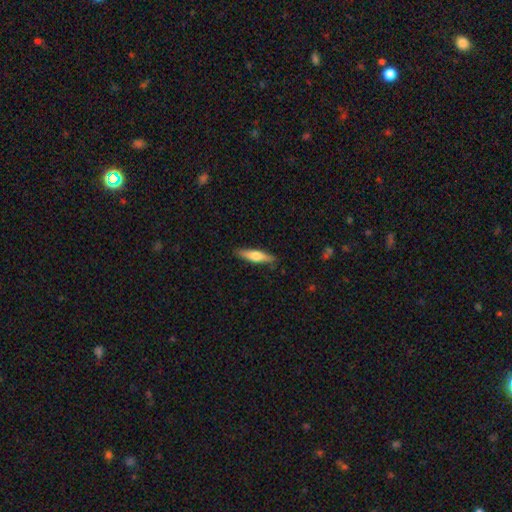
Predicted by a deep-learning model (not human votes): Smooth or featured?
  - smooth: 54% *
  - featured or disk: 40%
  - star or artifact: 6%
How rounded?
  - cigar-shaped: 78% *
  - in between: 20%
  - round: 2%
Merging?
  - none: 86% *
  - minor disturbance: 11%
  - major disturbance: 2%
  - merger: 1%